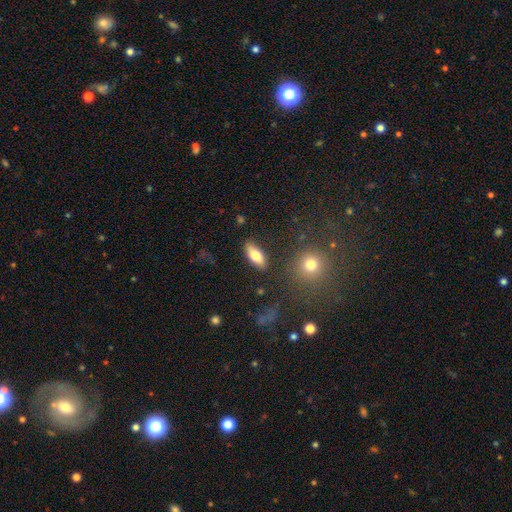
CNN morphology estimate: The model was most divided on "smooth or featured": smooth: 75%, featured or disk: 18%, star or artifact: 7%. More confident: merging — none (85%); how rounded — in between (80%).